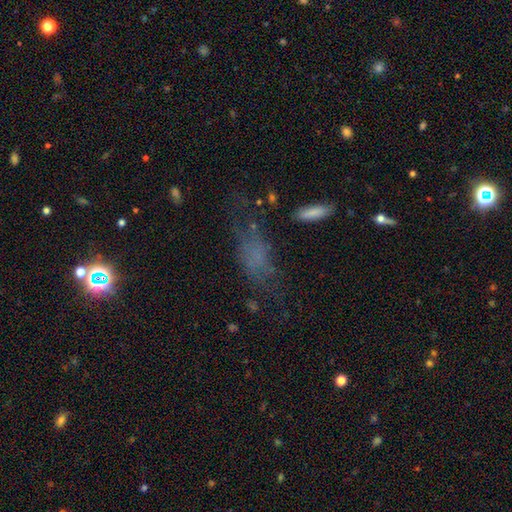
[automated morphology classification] type=smooth (51%); roundness=in between (69%); merging=none (47%).